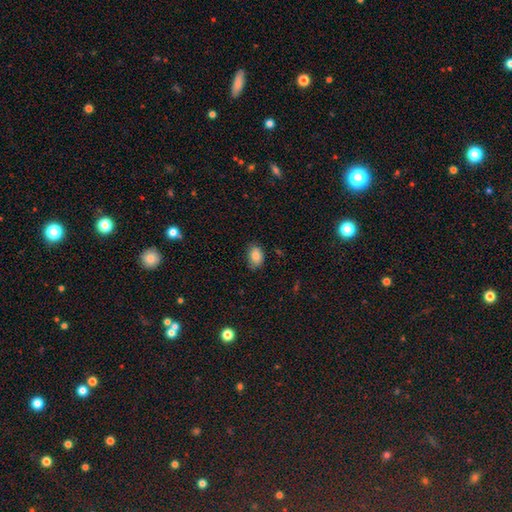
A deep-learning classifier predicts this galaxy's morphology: Q: Smooth or featured?
A: smooth (84%); runner-up: star or artifact (9%)
Q: How rounded?
A: in between (81%); runner-up: round (18%)
Q: Merging?
A: none (75%); runner-up: minor disturbance (21%)